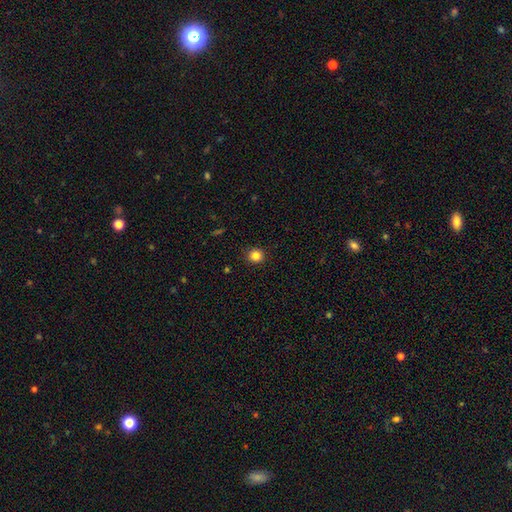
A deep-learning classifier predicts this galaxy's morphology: Smooth or featured? smooth (83%)
How rounded? round (91%)
Merging? none (92%)